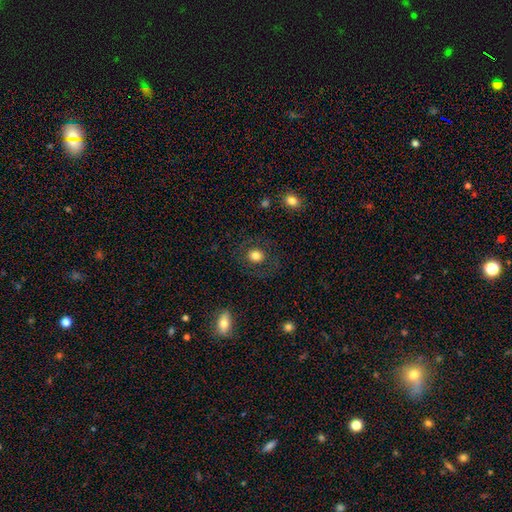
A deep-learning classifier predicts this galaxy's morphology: Overall: smooth (77%). How rounded: round (77%). Merging: none (84%).